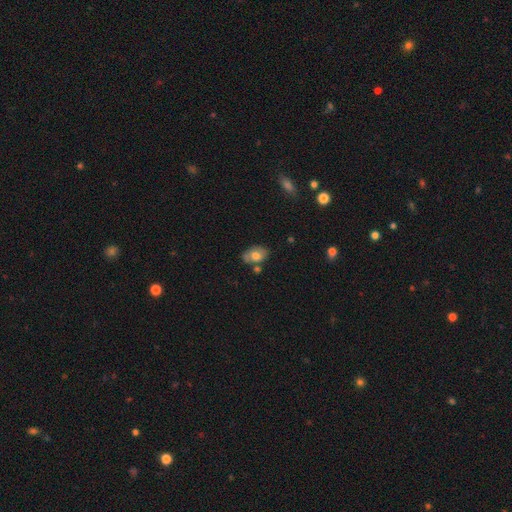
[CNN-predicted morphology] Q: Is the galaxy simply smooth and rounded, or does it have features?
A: smooth — 69%.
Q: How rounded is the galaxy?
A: in between — 86%.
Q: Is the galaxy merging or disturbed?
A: none — 64%.